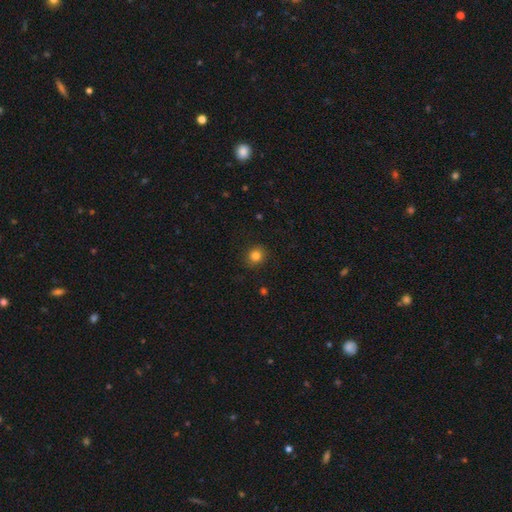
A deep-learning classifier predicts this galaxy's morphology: A smooth galaxy with no disk features (82%) that is round (84%). Merging: none (90%).